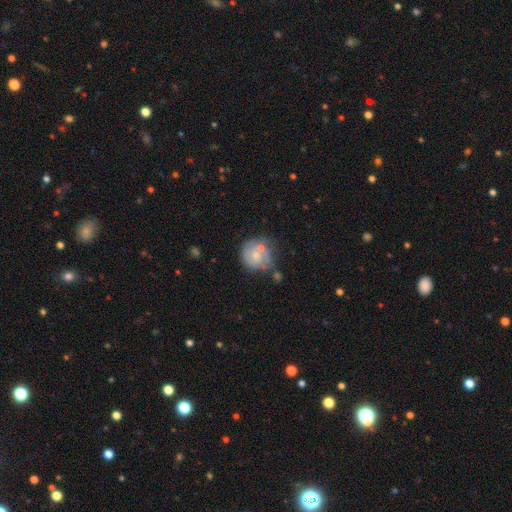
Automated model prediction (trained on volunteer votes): Q: Smooth or featured?
A: smooth (47%); runner-up: featured or disk (45%)
Q: Merging?
A: none (40%); runner-up: merger (26%)